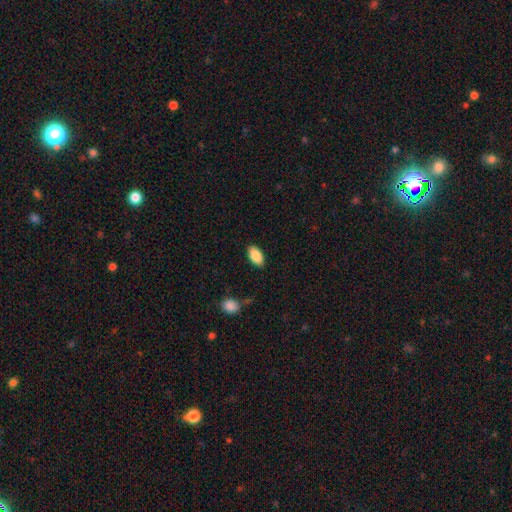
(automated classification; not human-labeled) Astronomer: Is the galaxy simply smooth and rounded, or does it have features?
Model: smooth — 89%.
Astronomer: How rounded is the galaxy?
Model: in between — 94%.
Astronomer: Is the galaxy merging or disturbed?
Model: none — 87%.